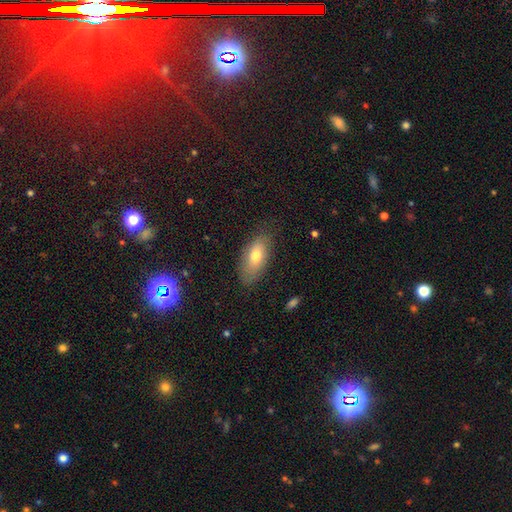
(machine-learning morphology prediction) type=smooth (69%); roundness=in between (86%); merging=none (80%).